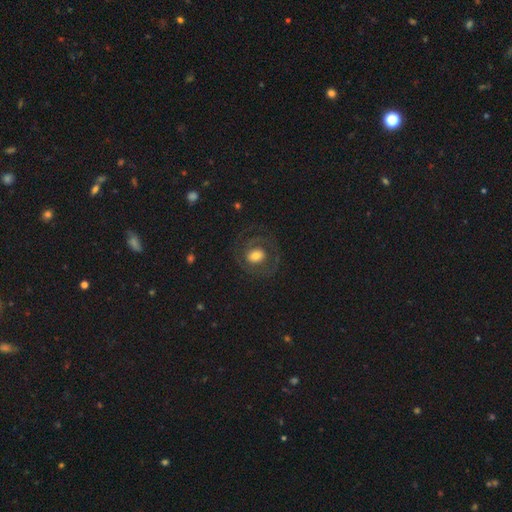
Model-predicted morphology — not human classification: Q: Smooth or featured?
A: featured or disk (56%); runner-up: smooth (35%)
Q: Edge-on disk?
A: no (97%); runner-up: yes (3%)
Q: Bar?
A: no (68%); runner-up: weak (24%)
Q: Spiral arms?
A: yes (65%); runner-up: no (35%)
Q: Bulge size?
A: moderate (48%); runner-up: large (32%)
Q: Merging?
A: none (70%); runner-up: minor disturbance (15%)